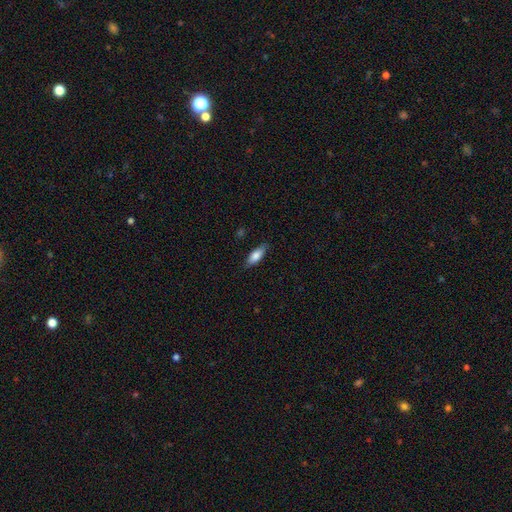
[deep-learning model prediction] Smooth or featured? smooth (78%)
How rounded? in between (71%)
Merging? none (81%)